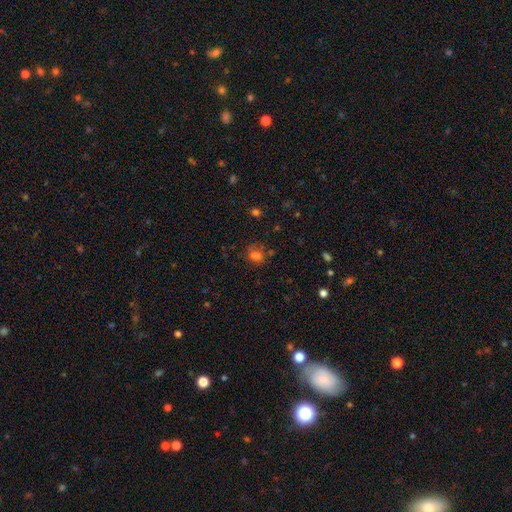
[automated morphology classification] smooth-or-featured: smooth: 66% | star or artifact: 22% | featured or disk: 12%
  how-rounded: in between: 52% | round: 46% | cigar-shaped: 2%
  merging: none: 56% | minor disturbance: 19% | merger: 14% | major disturbance: 10%